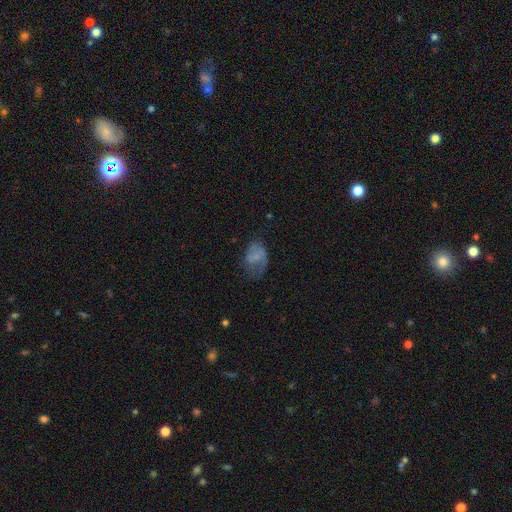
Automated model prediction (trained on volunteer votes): Q: Smooth or featured?
A: smooth (49%); runner-up: featured or disk (41%)
Q: Merging?
A: none (36%); runner-up: major disturbance (33%)